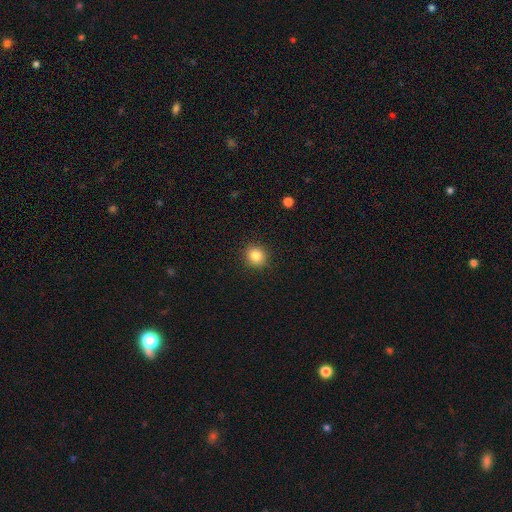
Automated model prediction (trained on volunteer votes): A smooth galaxy with no disk features (84%) that is round (87%). Merging: none (91%).